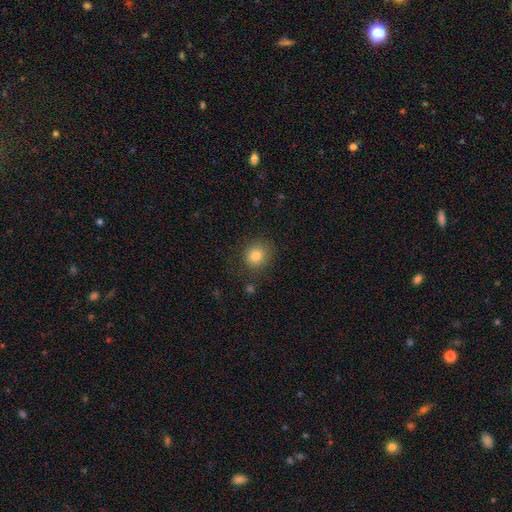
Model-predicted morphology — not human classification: Smooth or featured: smooth — 82% (star or artifact — 11%)
How rounded: round — 81% (in between — 18%)
Merging: none — 83% (minor disturbance — 11%)